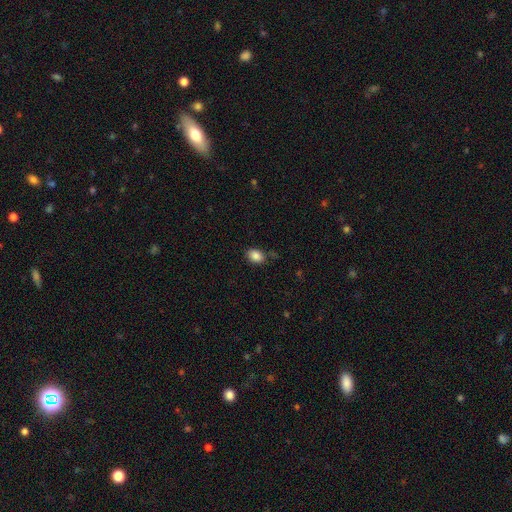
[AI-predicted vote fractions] This appears to be a smooth galaxy with no disk features (87%) that is in between round and cigar-shaped (74%). Merging: none (78%).